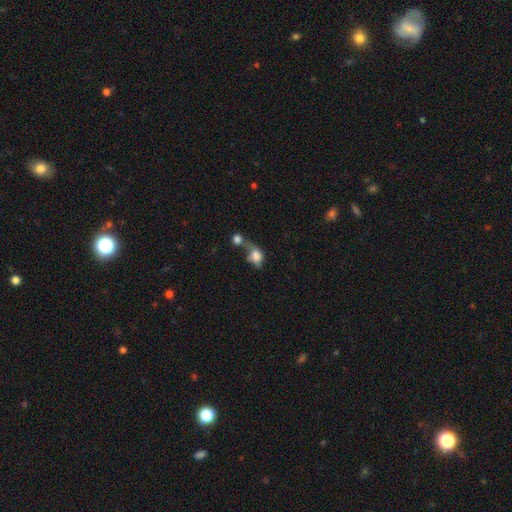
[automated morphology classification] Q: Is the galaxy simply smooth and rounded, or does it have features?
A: smooth — 68%.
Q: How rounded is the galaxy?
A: round — 49%.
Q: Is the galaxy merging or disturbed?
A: merger — 60%.